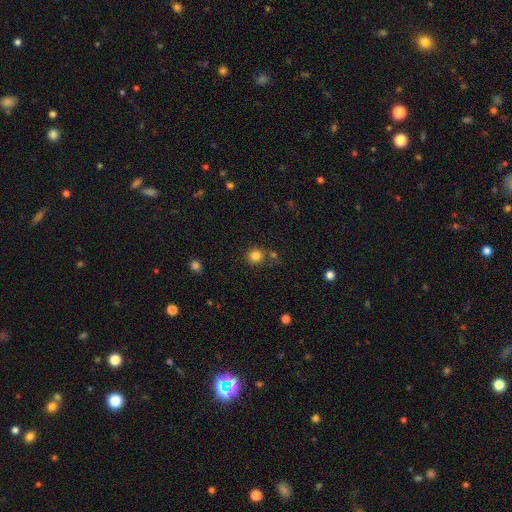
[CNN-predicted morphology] smooth 83%, star or artifact 12%, featured or disk 5%. Down the decision tree: how rounded — round (88%); merging — none (75%).